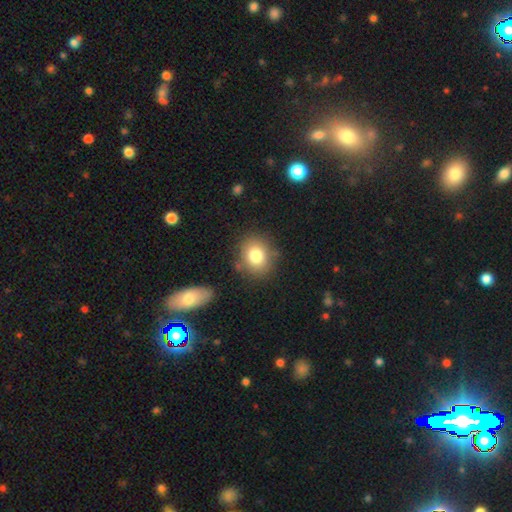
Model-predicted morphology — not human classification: Smooth or featured?
  - smooth: 80% *
  - featured or disk: 10%
  - star or artifact: 10%
How rounded?
  - round: 65% *
  - in between: 34%
  - cigar-shaped: 1%
Merging?
  - none: 80% *
  - minor disturbance: 11%
  - merger: 4%
  - major disturbance: 4%